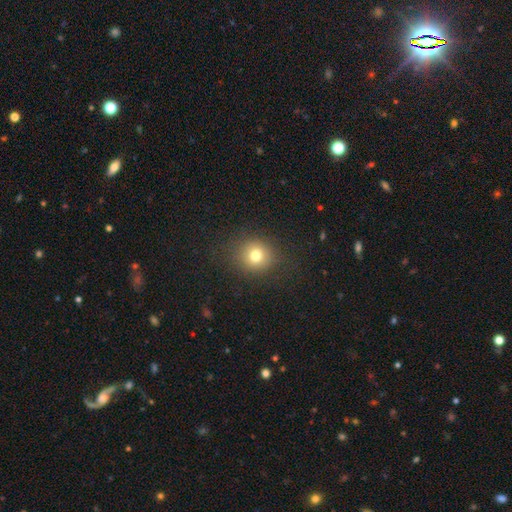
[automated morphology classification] smooth 76%, star or artifact 14%, featured or disk 9%. Down the decision tree: how rounded — round (85%); merging — none (86%).